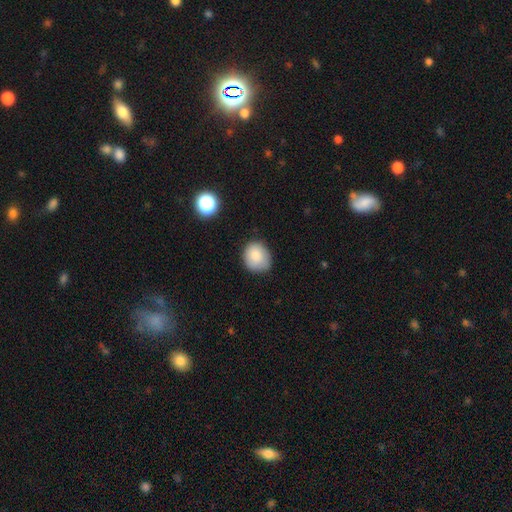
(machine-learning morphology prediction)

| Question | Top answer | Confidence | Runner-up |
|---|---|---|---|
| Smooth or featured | smooth | 84% | star or artifact (9%) |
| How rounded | round | 74% | in between (25%) |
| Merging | none | 73% | minor disturbance (22%) |